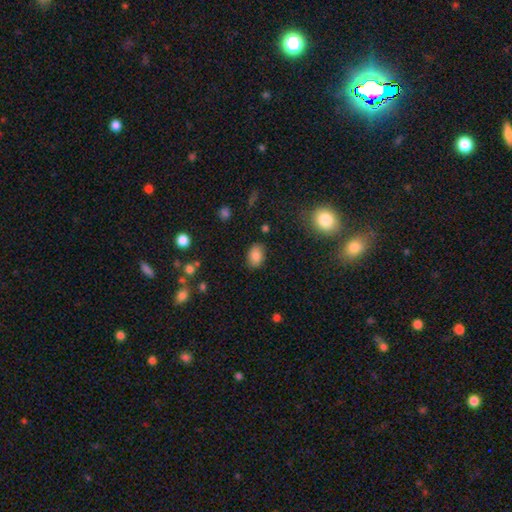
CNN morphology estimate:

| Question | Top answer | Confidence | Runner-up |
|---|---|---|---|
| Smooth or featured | smooth | 83% | star or artifact (10%) |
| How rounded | in between | 78% | round (21%) |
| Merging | none | 84% | minor disturbance (12%) |